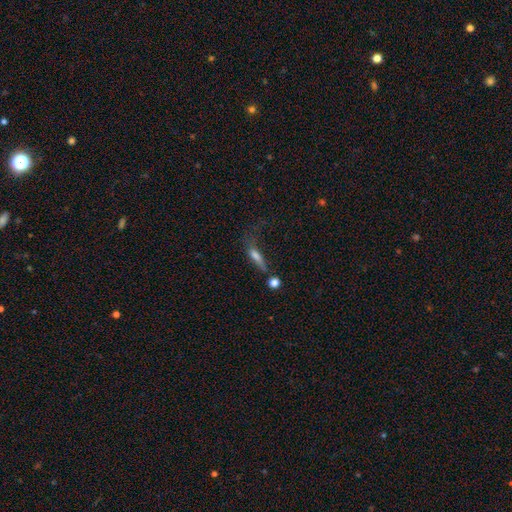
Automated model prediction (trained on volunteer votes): A smooth galaxy with no disk features (63%) that is cigar-shaped (55%).

Vote fractions:
- Smooth or featured? smooth: 63% / featured or disk: 26% / star or artifact: 11%
- How rounded? cigar-shaped: 55% / in between: 39% / round: 5%
- Merging? major disturbance: 34% / none: 31% / minor disturbance: 22% / merger: 14%